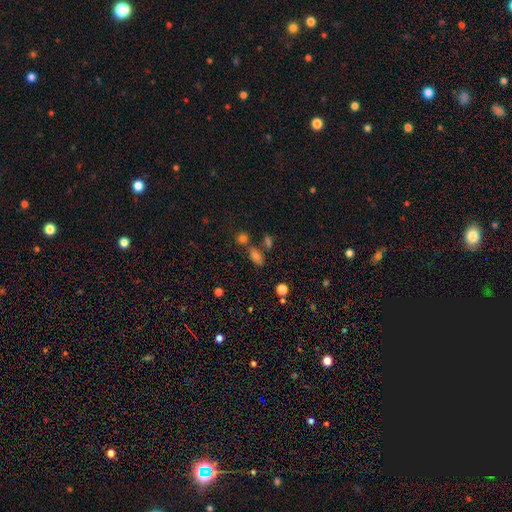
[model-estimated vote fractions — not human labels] Q: Smooth or featured?
A: smooth (66%); runner-up: star or artifact (23%)
Q: How rounded?
A: in between (77%); runner-up: round (16%)
Q: Merging?
A: none (62%); runner-up: merger (19%)